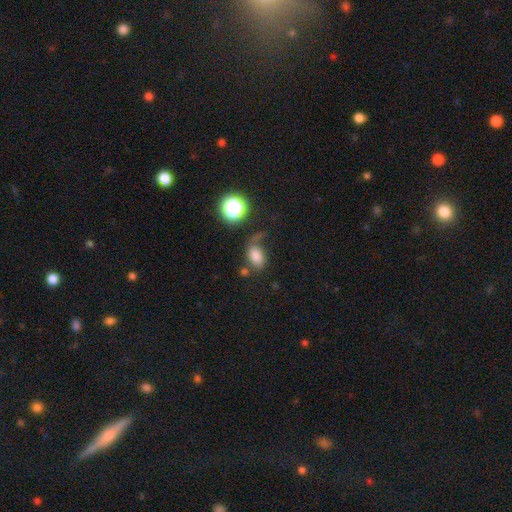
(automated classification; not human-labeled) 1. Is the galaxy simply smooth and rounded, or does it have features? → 74% smooth, 14% star or artifact, 11% featured or disk.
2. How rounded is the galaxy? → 83% in between, 15% round, 2% cigar-shaped.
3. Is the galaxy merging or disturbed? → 46% none, 20% minor disturbance, 20% major disturbance, 14% merger.